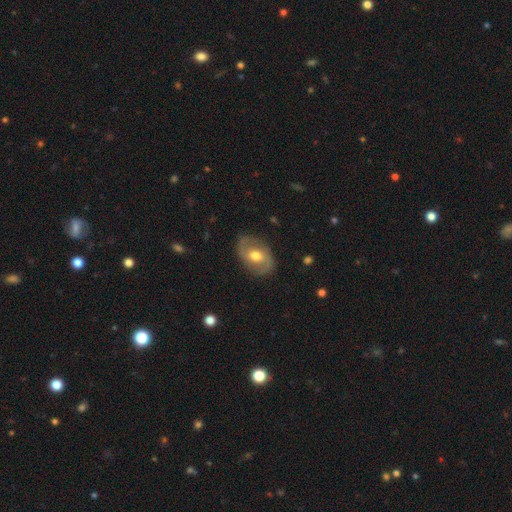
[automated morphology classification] A featured or disk galaxy (66%) with no bar (43%), spiral arms (78%) and a moderate central bulge (75%). Merging: none (80%).